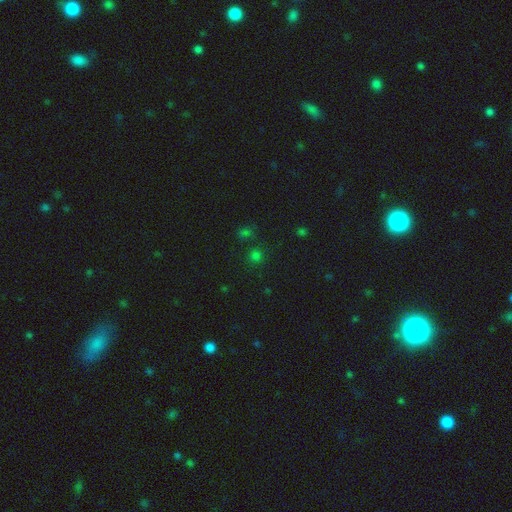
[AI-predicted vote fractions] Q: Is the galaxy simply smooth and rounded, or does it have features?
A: smooth — 67%.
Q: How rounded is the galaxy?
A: round — 90%.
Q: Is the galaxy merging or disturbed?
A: none — 77%.